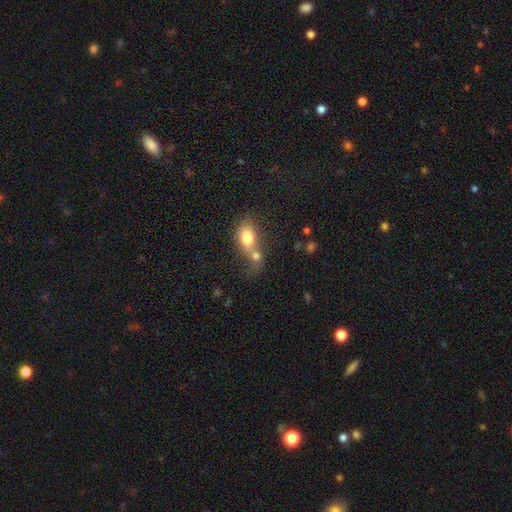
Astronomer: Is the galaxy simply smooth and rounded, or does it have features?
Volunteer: smooth — 74%.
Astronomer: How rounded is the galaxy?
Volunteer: in between — 72%.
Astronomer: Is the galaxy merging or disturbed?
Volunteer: merger — 61%.